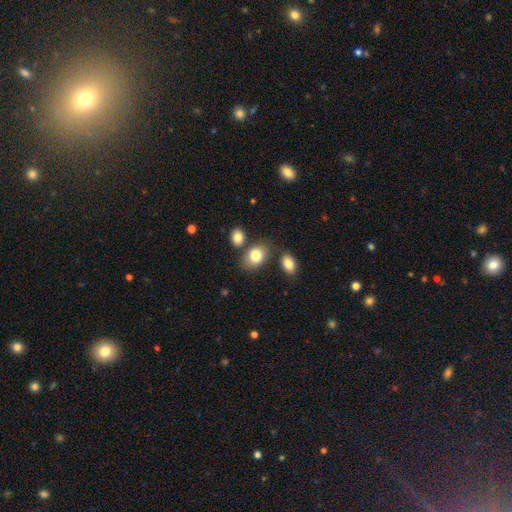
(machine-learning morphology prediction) smooth 82%, featured or disk 9%, star or artifact 8%. Down the decision tree: how rounded — in between (75%); merging — none (68%).